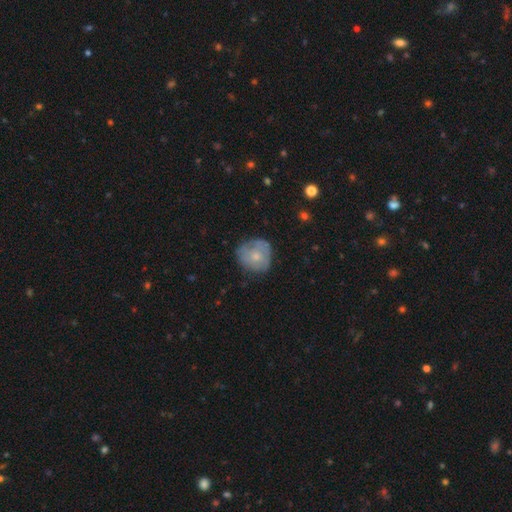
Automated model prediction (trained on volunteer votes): A smooth galaxy with no disk features (53%) that is round (82%).

Vote fractions:
- Smooth or featured? smooth: 53% / featured or disk: 41% / star or artifact: 7%
- How rounded? round: 82% / in between: 17% / cigar-shaped: 1%
- Merging? none: 65% / minor disturbance: 25% / major disturbance: 8% / merger: 1%